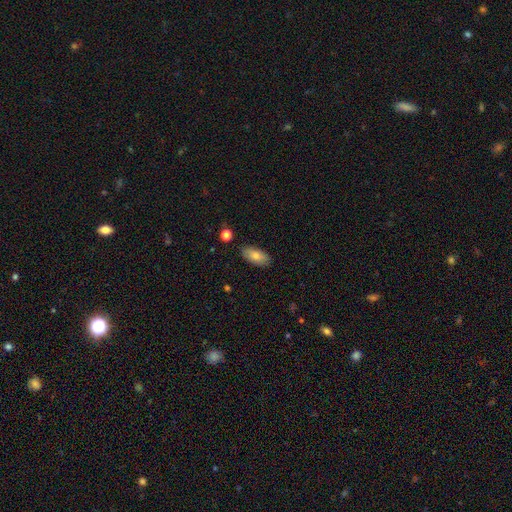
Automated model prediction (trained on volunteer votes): Q: Smooth or featured?
A: smooth (78%); runner-up: featured or disk (15%)
Q: How rounded?
A: in between (90%); runner-up: cigar-shaped (7%)
Q: Merging?
A: none (86%); runner-up: minor disturbance (10%)